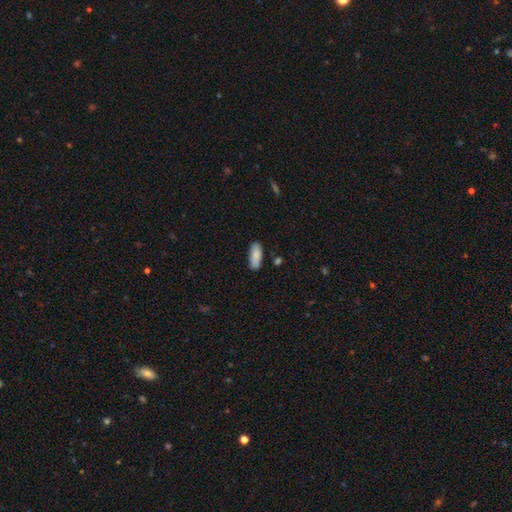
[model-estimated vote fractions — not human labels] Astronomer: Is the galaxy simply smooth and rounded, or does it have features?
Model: smooth — 87%.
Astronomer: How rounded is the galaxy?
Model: in between — 78%.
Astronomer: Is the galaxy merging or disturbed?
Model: none — 83%.